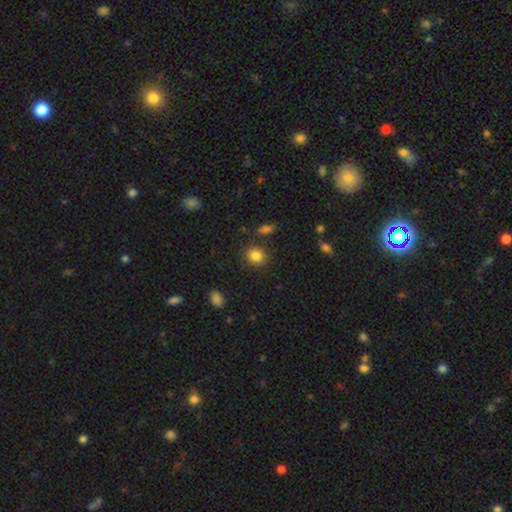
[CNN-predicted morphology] Q: Smooth or featured?
A: smooth (85%); runner-up: star or artifact (10%)
Q: How rounded?
A: round (69%); runner-up: in between (30%)
Q: Merging?
A: none (84%); runner-up: minor disturbance (9%)